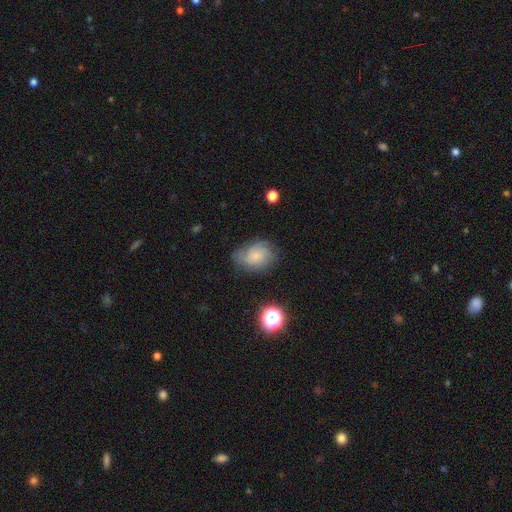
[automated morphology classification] Smooth or featured: smooth — 46% (featured or disk — 43%)
Merging: none — 60% (minor disturbance — 27%)